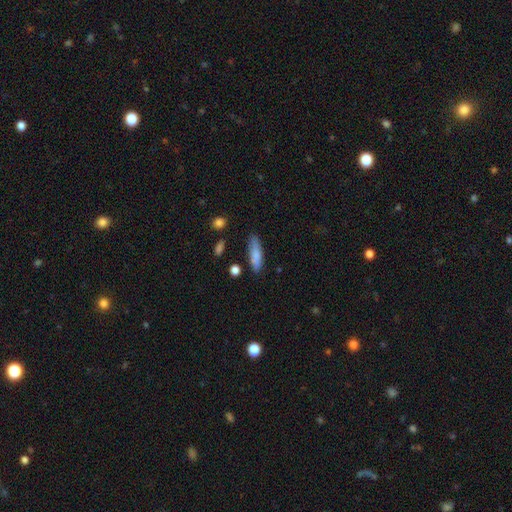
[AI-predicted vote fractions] A smooth galaxy with no disk features (80%) that is cigar-shaped (57%).

Vote fractions:
- Smooth or featured? smooth: 80% / featured or disk: 13% / star or artifact: 7%
- How rounded? cigar-shaped: 57% / in between: 41% / round: 2%
- Merging? none: 78% / minor disturbance: 16% / major disturbance: 3% / merger: 3%